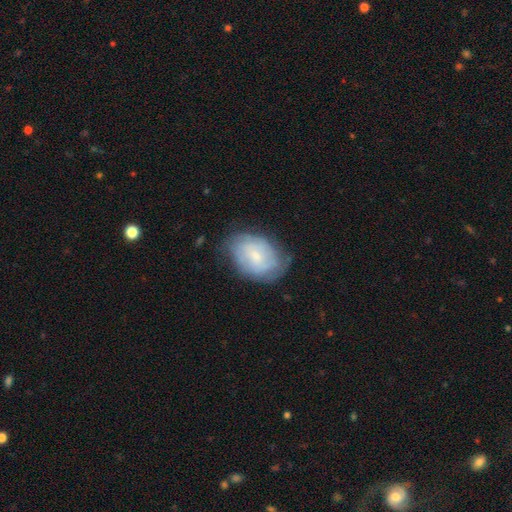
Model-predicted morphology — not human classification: Smooth or featured? featured or disk (49%)
Merging? none (62%)